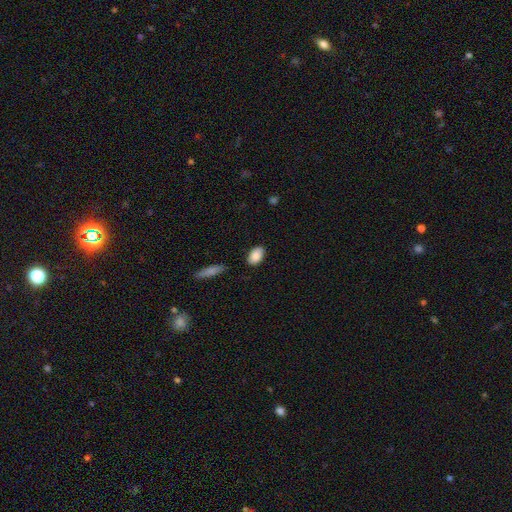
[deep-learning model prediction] Smooth or featured? Predicted: smooth (p=0.88). How rounded? Predicted: in between (p=0.91). Merging? Predicted: none (p=0.84).